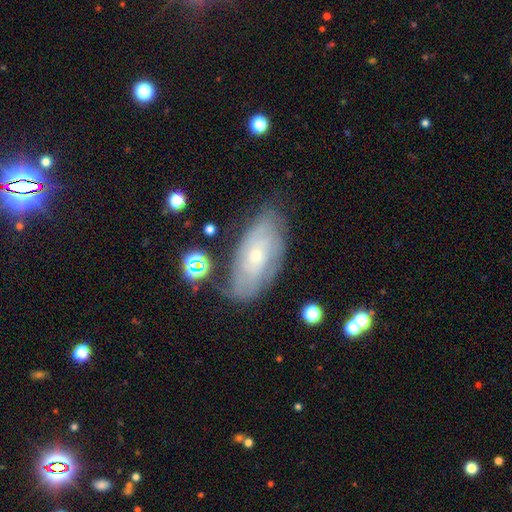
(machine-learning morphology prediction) featured or disk 68%, smooth 24%, star or artifact 8%. Down the decision tree: edge-on disk — no (92%); bar — no (78%); spiral arms — yes (82%); spiral arm count — can't tell (60%); spiral winding — tight (69%); bulge size — small (67%); merging — none (70%).